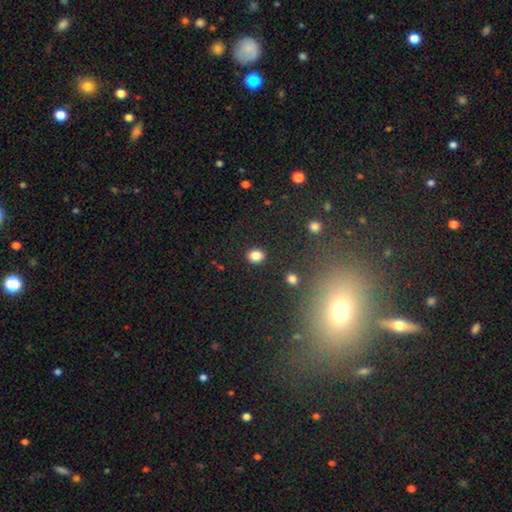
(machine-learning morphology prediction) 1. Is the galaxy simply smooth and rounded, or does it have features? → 85% smooth, 11% star or artifact, 4% featured or disk.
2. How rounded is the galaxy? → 66% round, 33% in between, 1% cigar-shaped.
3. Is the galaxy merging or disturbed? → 89% none, 7% minor disturbance, 2% major disturbance, 2% merger.